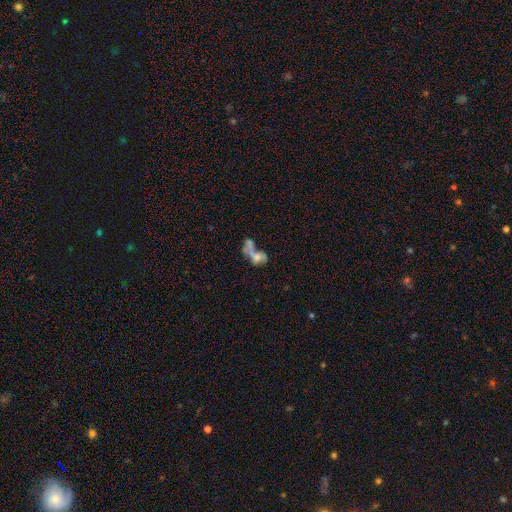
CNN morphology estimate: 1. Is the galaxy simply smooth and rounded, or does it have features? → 44% smooth, 42% featured or disk, 14% star or artifact.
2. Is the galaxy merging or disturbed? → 59% merger, 20% major disturbance, 13% none, 7% minor disturbance.